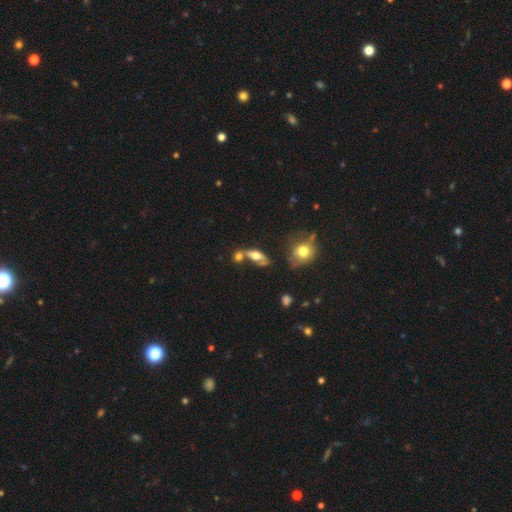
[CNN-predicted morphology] Overall: smooth (53%; featured or disk 37%). How rounded: in between (69%). Merging: merger (41%; none 33%).